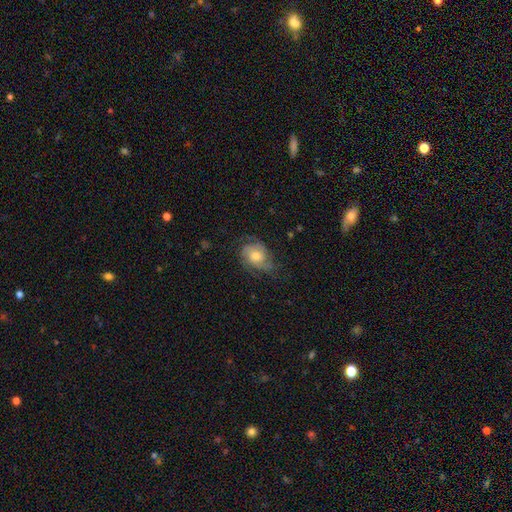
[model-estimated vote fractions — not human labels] smooth-or-featured: featured or disk: 67% | smooth: 26% | star or artifact: 8%
  disk-edge-on: no: 96% | yes: 4%
    bar: no: 75% | weak: 21% | strong: 3%
    has-spiral-arms: yes: 90% | no: 10%
      spiral-winding: tight: 43% | medium: 40% | loose: 17%
      spiral-arm-count: 2: 40% | 3: 23% | can't tell: 23% | 1: 5% | 4: 5% | more than 4: 4%
    bulge-size: moderate: 66% | small: 21% | large: 10% | none: 2% | dominant: 1%
  merging: none: 61% | minor disturbance: 24% | major disturbance: 13% | merger: 1%